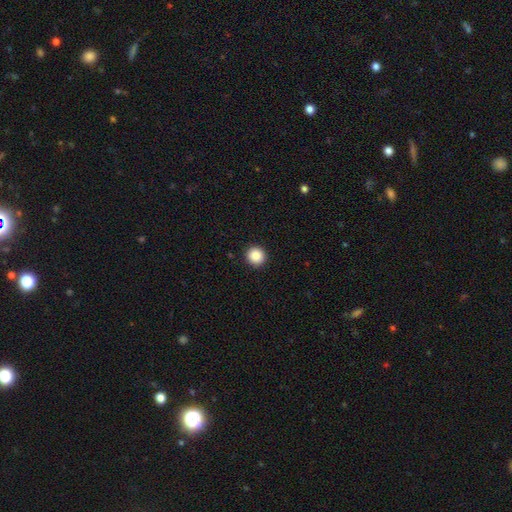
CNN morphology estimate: Overall: smooth (89%). How rounded: round (93%). Merging: none (93%).